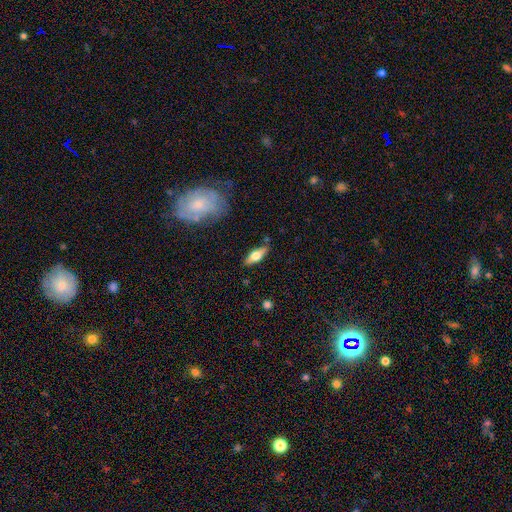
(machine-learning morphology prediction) Overall: smooth (50%; featured or disk 44%). Merging: none (85%).